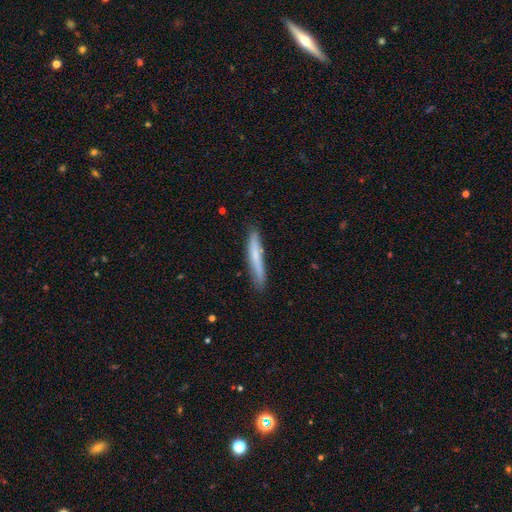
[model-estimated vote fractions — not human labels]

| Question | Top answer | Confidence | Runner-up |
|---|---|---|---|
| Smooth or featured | smooth | 64% | featured or disk (31%) |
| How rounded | cigar-shaped | 94% | in between (5%) |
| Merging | none | 84% | minor disturbance (13%) |